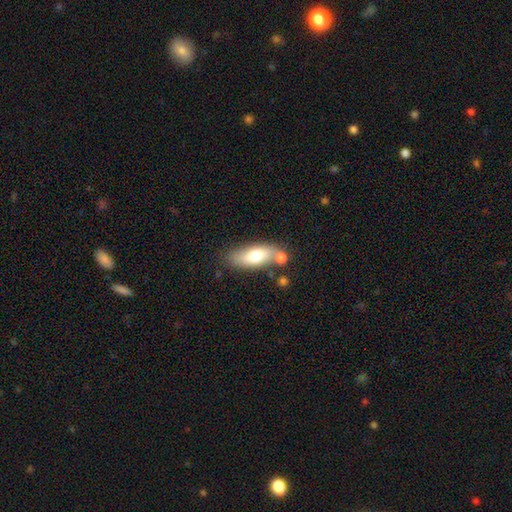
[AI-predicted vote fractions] This appears to be a smooth galaxy with no disk features (69%) that is in between round and cigar-shaped (73%). Merging: none (67%).